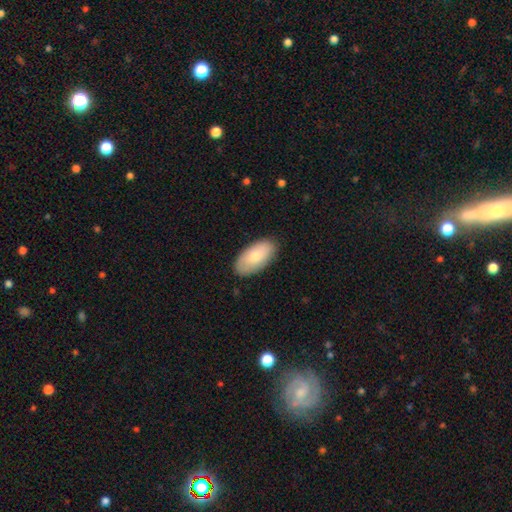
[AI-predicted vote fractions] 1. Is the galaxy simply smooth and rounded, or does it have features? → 76% smooth, 18% featured or disk, 6% star or artifact.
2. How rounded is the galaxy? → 95% in between, 3% cigar-shaped, 2% round.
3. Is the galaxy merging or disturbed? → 86% none, 11% minor disturbance, 2% major disturbance, 1% merger.